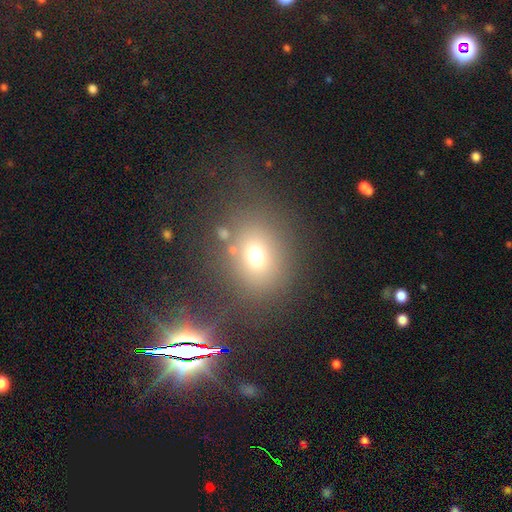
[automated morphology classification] This appears to be a smooth galaxy with no disk features (68%) that is round (59%). Merging: none (70%).